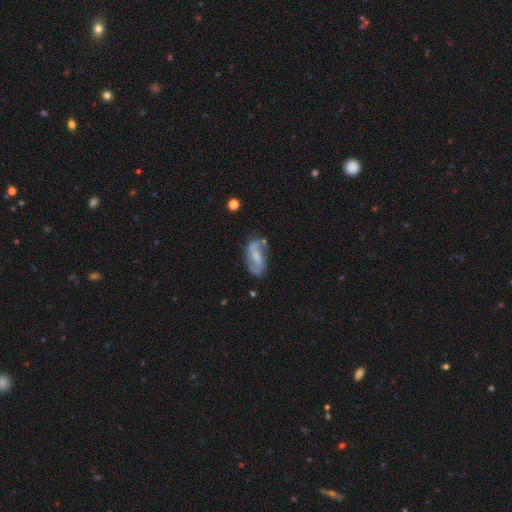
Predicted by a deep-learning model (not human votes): featured or disk 66%, smooth 26%, star or artifact 8%. Down the decision tree: edge-on disk — no (94%); bar — weak (44%); spiral arms — yes (83%); spiral arm count — 2 (82%); spiral winding — loose (50%); bulge size — small (37%); merging — none (60%).